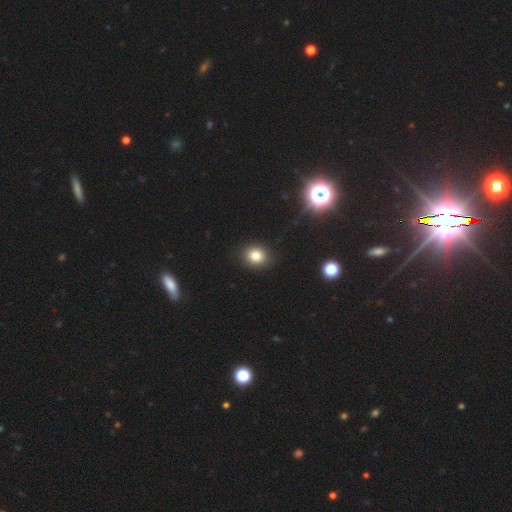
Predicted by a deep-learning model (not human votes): Smooth or featured? smooth (80%)
How rounded? round (71%)
Merging? none (89%)